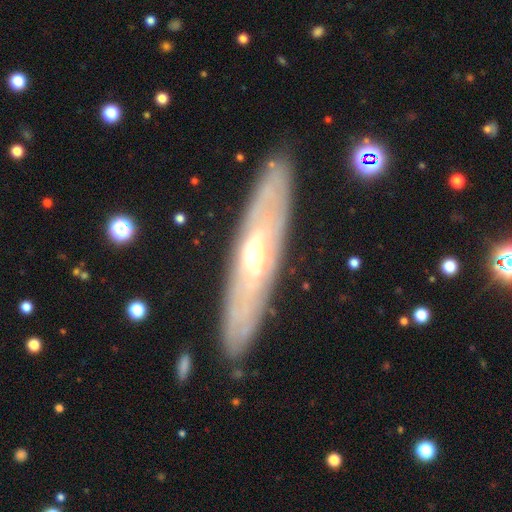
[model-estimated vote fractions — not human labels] Smooth or featured: featured or disk — 69% (smooth — 25%)
Edge-on disk: no — 53% (yes — 47%)
Merging: none — 84% (minor disturbance — 11%)